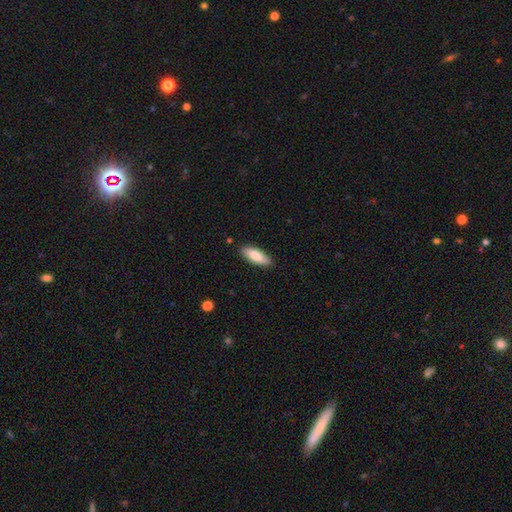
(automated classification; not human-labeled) This appears to be a smooth galaxy with no disk features (80%) that is in between round and cigar-shaped (67%). Merging: none (88%).